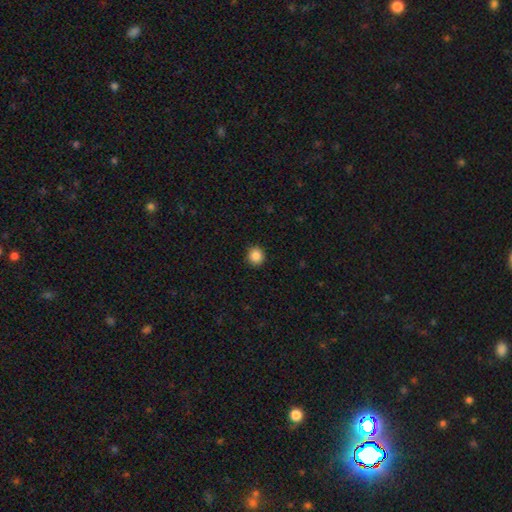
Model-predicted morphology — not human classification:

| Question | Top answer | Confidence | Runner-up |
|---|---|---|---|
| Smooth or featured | smooth | 87% | star or artifact (9%) |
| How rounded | round | 88% | in between (11%) |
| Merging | none | 92% | minor disturbance (6%) |